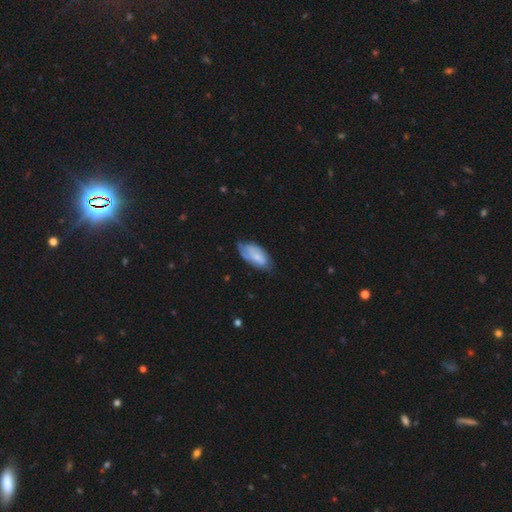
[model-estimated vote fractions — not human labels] Overall: smooth (58%; featured or disk 36%). How rounded: in between (92%). Merging: none (56%; minor disturbance 33%).